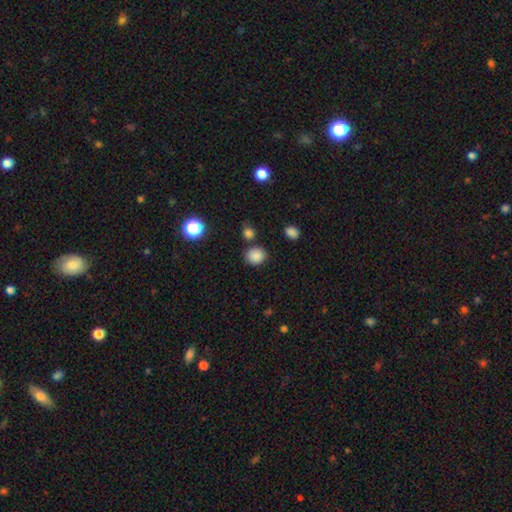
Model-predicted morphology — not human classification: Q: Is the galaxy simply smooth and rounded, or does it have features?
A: smooth — 85%.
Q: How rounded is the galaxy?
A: round — 66%.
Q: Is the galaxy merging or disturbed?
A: none — 76%.